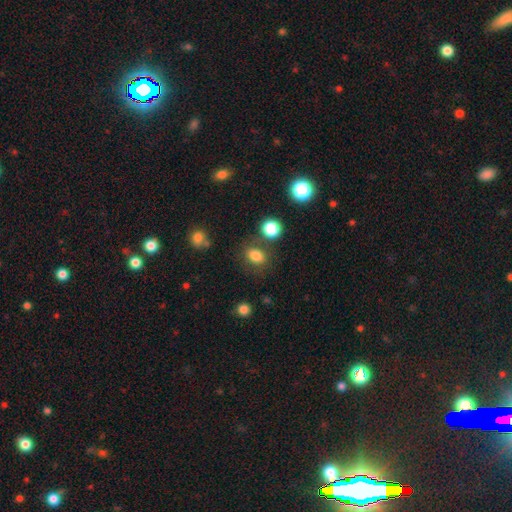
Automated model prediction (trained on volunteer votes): smooth_or_featured: smooth (p=0.81) [alt: star or artifact p=0.12]
how_rounded: in between (p=0.63) [alt: round p=0.35]
merging: none (p=0.72) [alt: minor disturbance p=0.13]